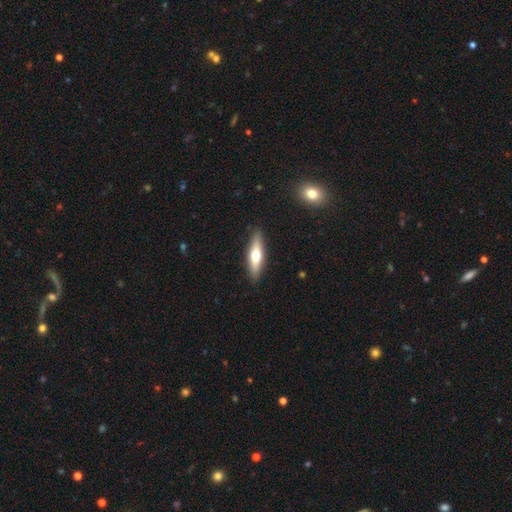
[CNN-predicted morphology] Smooth or featured? smooth (48%)
Merging? none (89%)